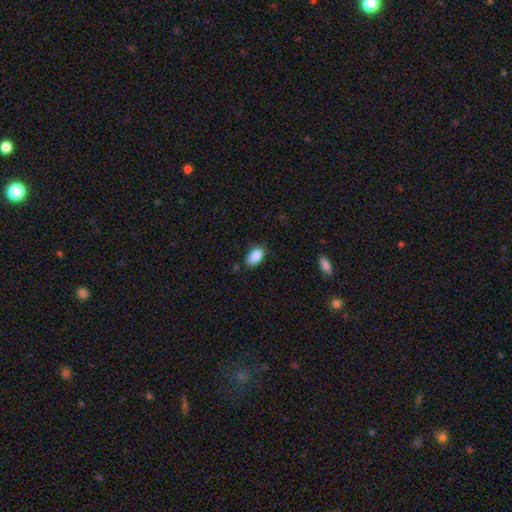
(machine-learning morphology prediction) type=smooth (87%); roundness=in between (91%); merging=none (79%).